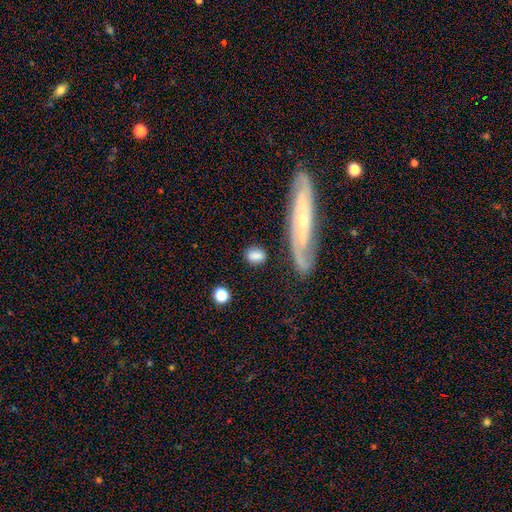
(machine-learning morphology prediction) Smooth or featured? smooth (78%)
How rounded? in between (73%)
Merging? none (74%)